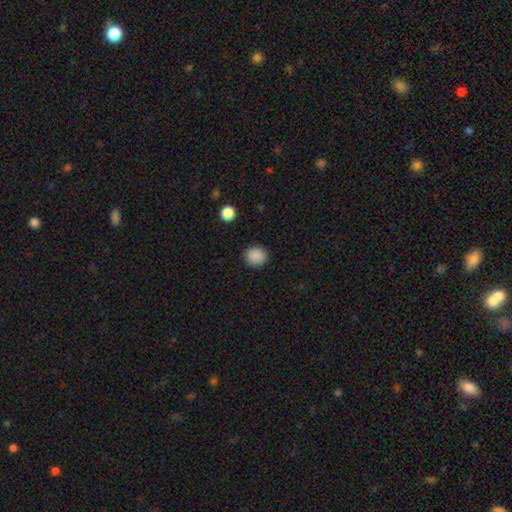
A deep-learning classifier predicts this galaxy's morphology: The model was most divided on "how rounded": round: 88%, in between: 11%, cigar-shaped: 1%. More confident: merging — none (90%); smooth or featured — smooth (88%).